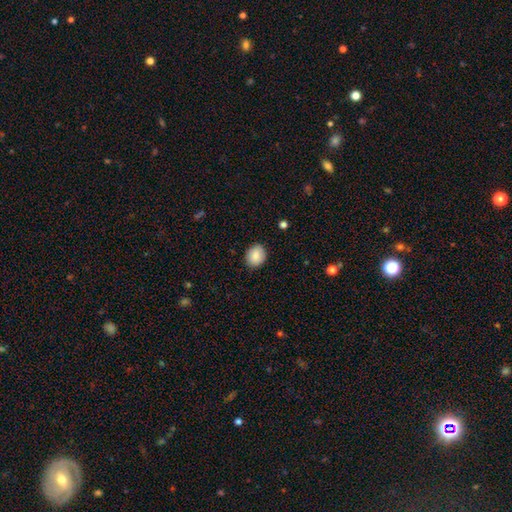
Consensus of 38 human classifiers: smooth_or_featured: smooth (p=0.84) [alt: featured or disk p=0.08]
how_rounded: round (p=0.62) [alt: in between p=0.38]
merging: none (p=0.91) [alt: minor disturbance p=0.09]